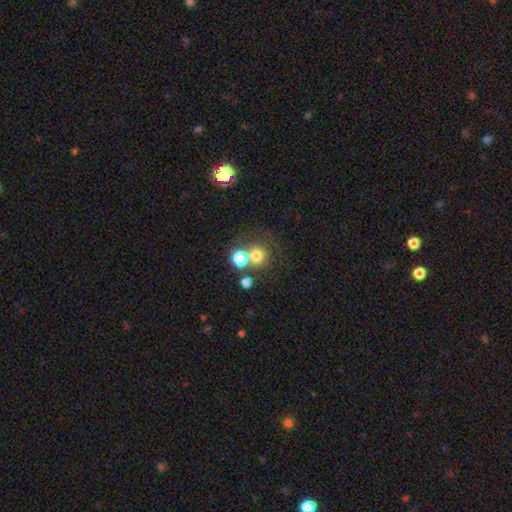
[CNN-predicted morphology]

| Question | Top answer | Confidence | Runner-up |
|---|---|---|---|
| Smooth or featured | smooth | 72% | star or artifact (17%) |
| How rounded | round | 89% | in between (10%) |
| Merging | none | 55% | merger (33%) |